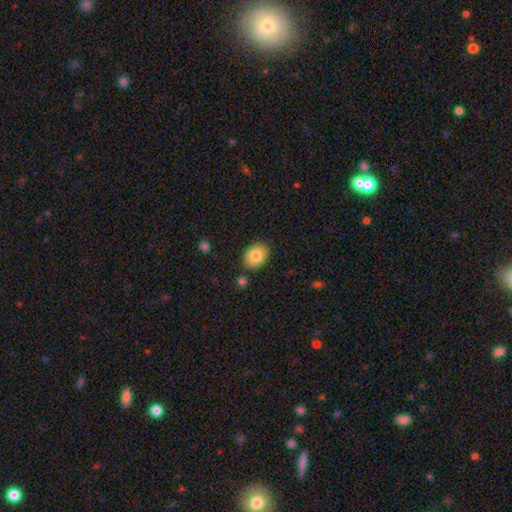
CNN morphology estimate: smooth 83%, featured or disk 10%, star or artifact 7%. Down the decision tree: how rounded — in between (74%); merging — none (83%).